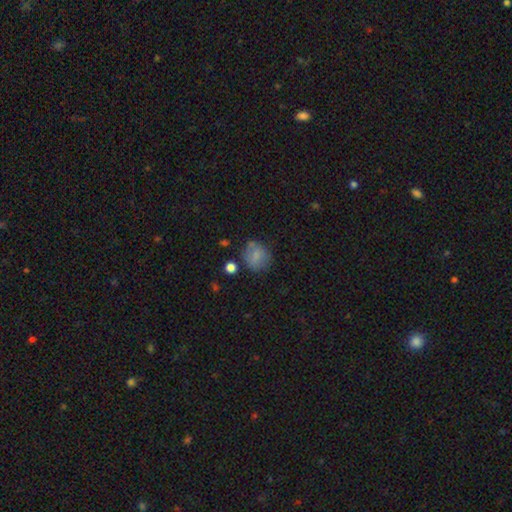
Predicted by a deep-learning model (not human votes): Q: Smooth or featured?
A: smooth (74%); runner-up: featured or disk (15%)
Q: How rounded?
A: round (72%); runner-up: in between (27%)
Q: Merging?
A: none (64%); runner-up: minor disturbance (22%)